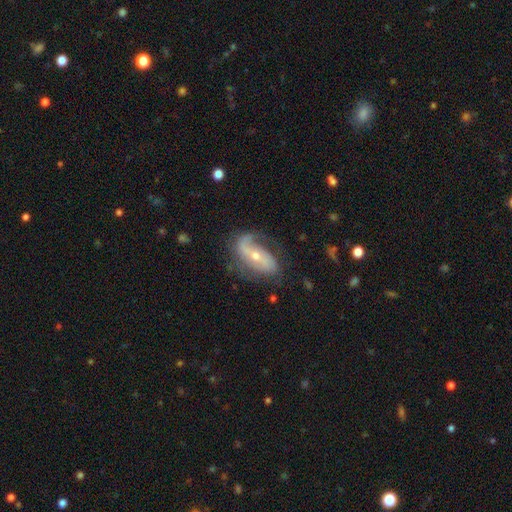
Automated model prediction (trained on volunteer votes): A featured or disk galaxy (77%) with no bar (45%), 2 (58%) loose (42%) spiral arms (89%) and a small central bulge (58%).

Vote fractions:
- Smooth or featured? featured or disk: 77% / smooth: 16% / star or artifact: 7%
- Edge-on disk? no: 92% / yes: 8%
- Bar? no: 45% / weak: 28% / strong: 27%
- Spiral arms? yes: 89% / no: 11%
- Spiral winding? loose: 42% / medium: 35% / tight: 22%
- Spiral arm count? 2: 58% / 1: 29% / can't tell: 9% / 3: 2% / 4: 1% / more than 4: 1%
- Bulge size? small: 58% / moderate: 38% / large: 2% / none: 1% / dominant: 1%
- Merging? none: 58% / minor disturbance: 23% / major disturbance: 17% / merger: 2%